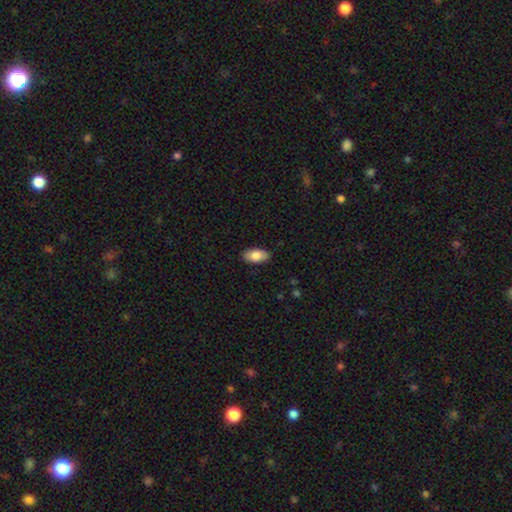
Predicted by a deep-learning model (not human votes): Morphology: type=smooth (82%); roundness=in between (94%); merging=none (88%).